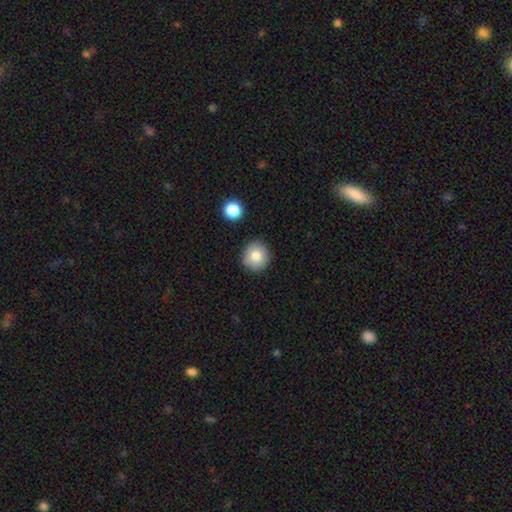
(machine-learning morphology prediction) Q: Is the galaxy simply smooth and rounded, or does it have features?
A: smooth — 80%.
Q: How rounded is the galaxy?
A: round — 90%.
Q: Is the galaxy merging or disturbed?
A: none — 87%.